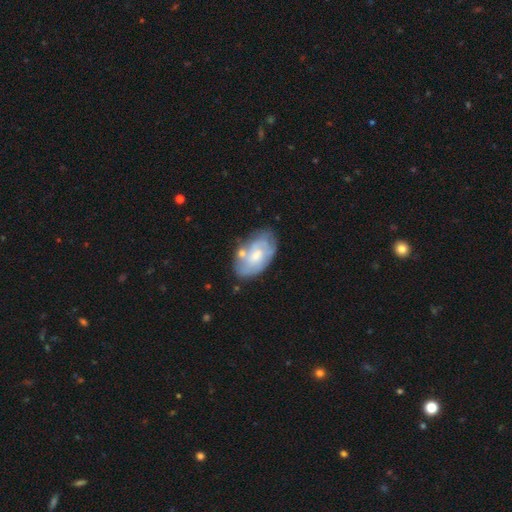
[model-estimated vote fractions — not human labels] A featured or disk galaxy (57%) with no bar (64%), spiral arms (62%) and a moderate central bulge (49%). Merging: none (56%).